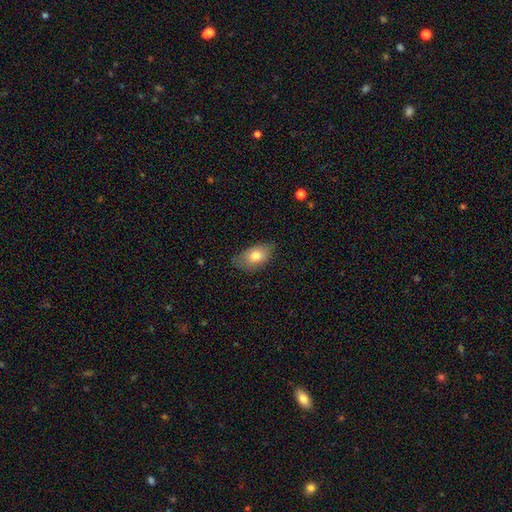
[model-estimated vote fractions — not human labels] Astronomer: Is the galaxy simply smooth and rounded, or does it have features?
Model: smooth — 76%.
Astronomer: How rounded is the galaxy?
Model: in between — 90%.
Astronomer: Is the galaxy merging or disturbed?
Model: none — 65%.